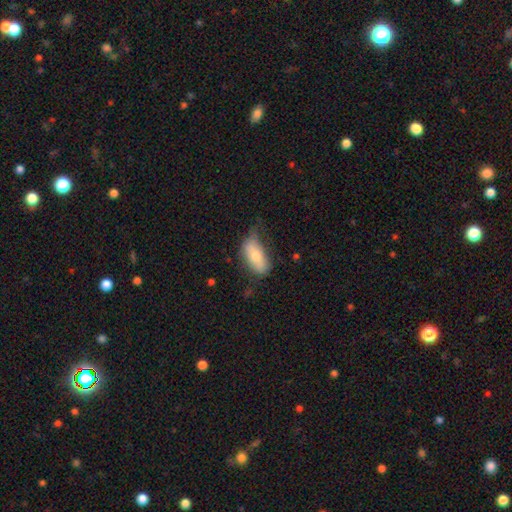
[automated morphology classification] smooth-or-featured: smooth: 69% | featured or disk: 24% | star or artifact: 6%
  how-rounded: in between: 88% | cigar-shaped: 9% | round: 3%
  merging: none: 46% | minor disturbance: 36% | major disturbance: 15% | merger: 2%